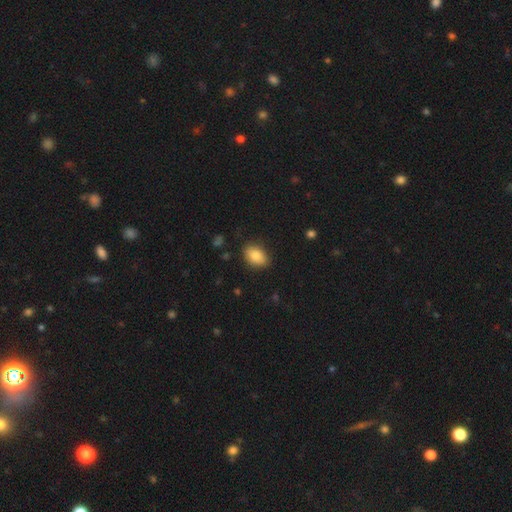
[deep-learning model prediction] This is clearly a smooth galaxy (85%). How rounded: clearly in between (86%). Merging: clearly none (83%).